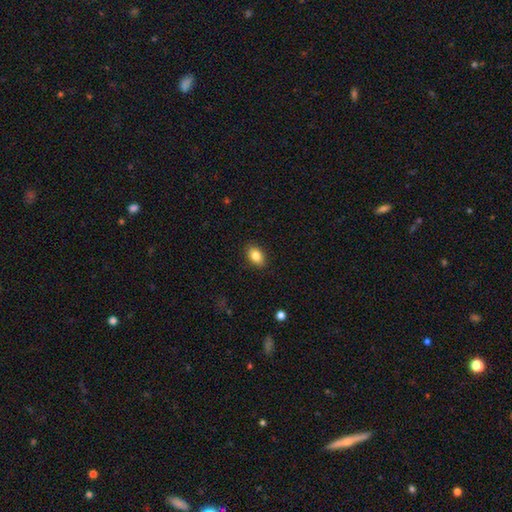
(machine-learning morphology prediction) type=smooth (84%); roundness=in between (84%); merging=none (88%).